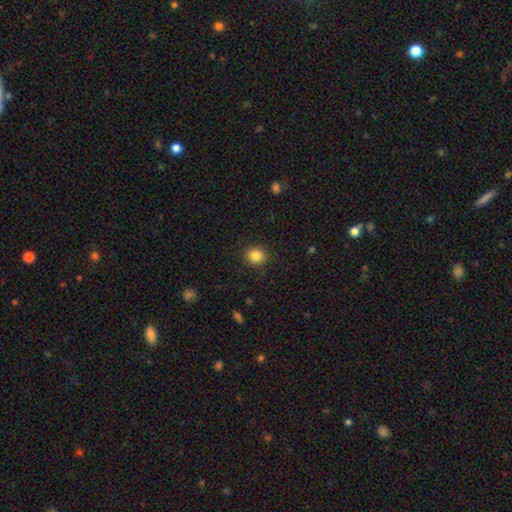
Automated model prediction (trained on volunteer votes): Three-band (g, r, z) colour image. It shows a smooth galaxy with no disk features (85%) that is round (83%). Merging: none (89%).